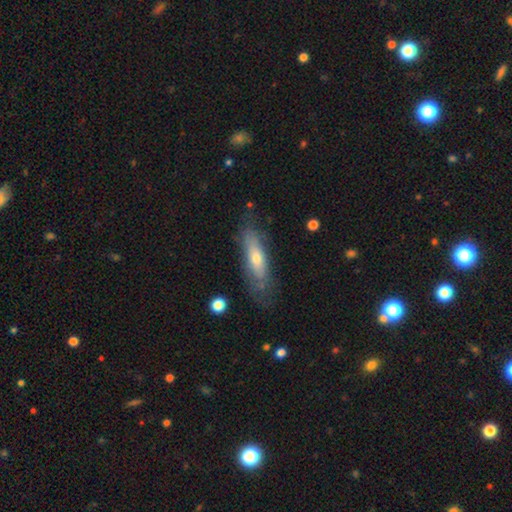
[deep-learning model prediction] Overall: featured or disk (48%; smooth 44%). Merging: none (72%).